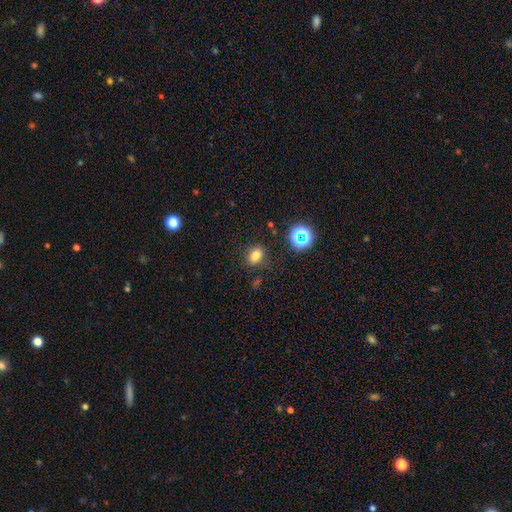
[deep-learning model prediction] smooth 76%, star or artifact 17%, featured or disk 8%. Down the decision tree: how rounded — in between (50%); merging — none (83%).